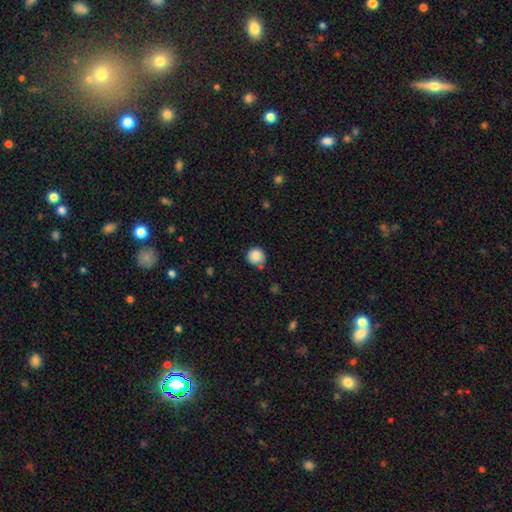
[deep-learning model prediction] The model was most divided on "merging": none: 73%, minor disturbance: 17%, merger: 6%, major disturbance: 4%. More confident: how rounded — round (92%); smooth or featured — smooth (87%).